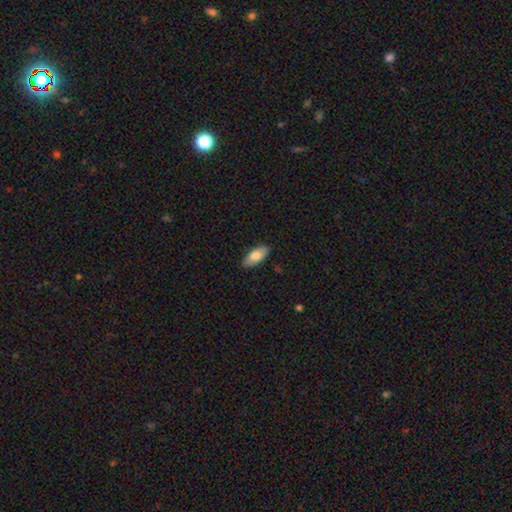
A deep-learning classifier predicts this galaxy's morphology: Smooth or featured?
  - smooth: 79% *
  - featured or disk: 15%
  - star or artifact: 6%
How rounded?
  - in between: 85% *
  - cigar-shaped: 13%
  - round: 2%
Merging?
  - none: 87% *
  - minor disturbance: 10%
  - major disturbance: 2%
  - merger: 1%